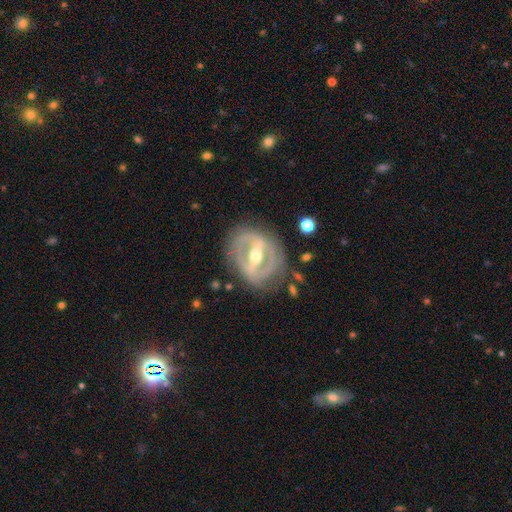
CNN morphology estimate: Smooth or featured? featured or disk (83%)
Edge-on disk? no (93%)
Bar? strong (72%)
Spiral arms? no (52%)
Bulge size? moderate (73%)
Merging? none (76%)